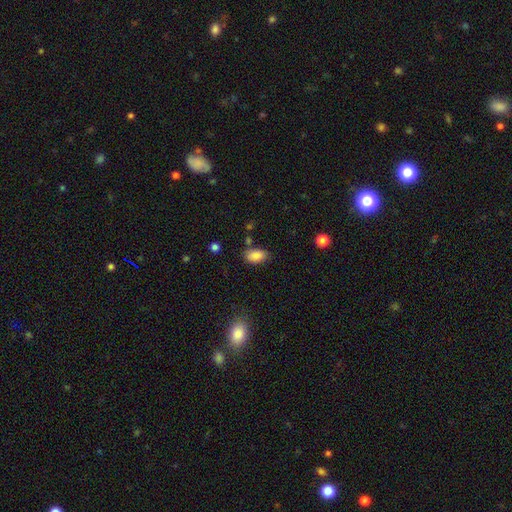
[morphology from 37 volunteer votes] Smooth or featured? 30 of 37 (81%) said smooth. How rounded? 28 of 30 (93%) said in between. Merging? 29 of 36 (81%) said none.